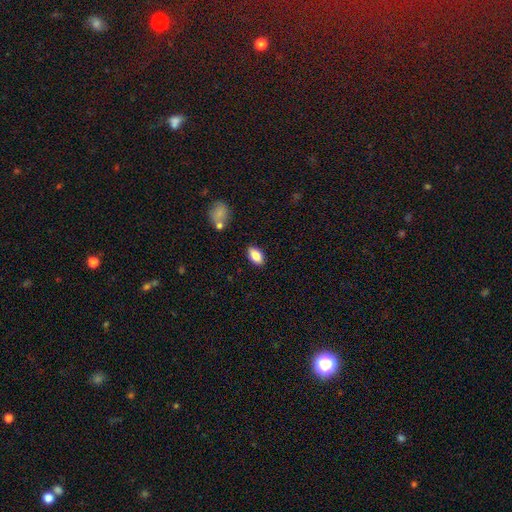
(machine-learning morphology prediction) Smooth or featured: smooth — 85% (featured or disk — 8%)
How rounded: in between — 91% (cigar-shaped — 5%)
Merging: none — 86% (minor disturbance — 10%)